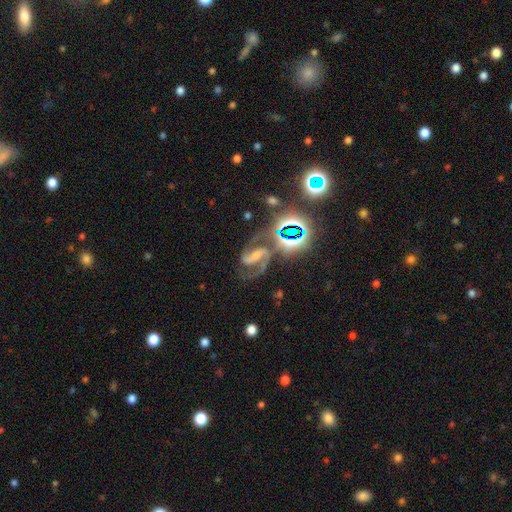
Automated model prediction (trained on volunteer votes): A featured or disk galaxy (78%) with a strong bar (50%), 2 (92%) medium (62%) spiral arms (97%) and a moderate central bulge (34%).

Vote fractions:
- Smooth or featured? featured or disk: 78% / star or artifact: 15% / smooth: 7%
- Edge-on disk? no: 97% / yes: 3%
- Bar? strong: 50% / weak: 32% / no: 19%
- Spiral arms? yes: 97% / no: 3%
- Spiral winding? medium: 62% / loose: 23% / tight: 15%
- Spiral arm count? 2: 92% / 1: 2% / can't tell: 2% / 3: 1% / 4: 1% / more than 4: 1%
- Bulge size? moderate: 34% / small: 33% / none: 21% / large: 9% / dominant: 2%
- Merging? none: 60% / minor disturbance: 17% / major disturbance: 14% / merger: 9%